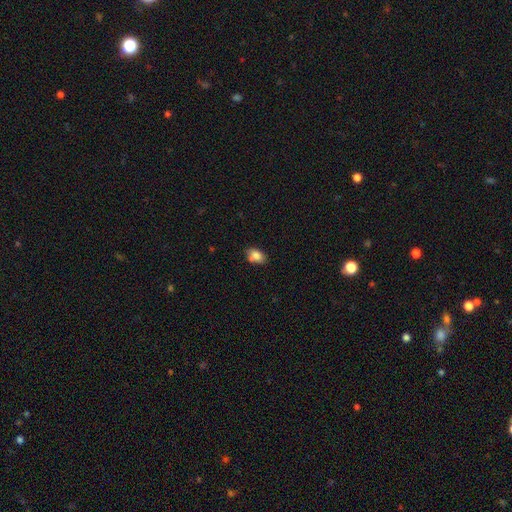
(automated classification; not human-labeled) A smooth galaxy with no disk features (82%) that is in between round and cigar-shaped (79%). Merging: none (64%).